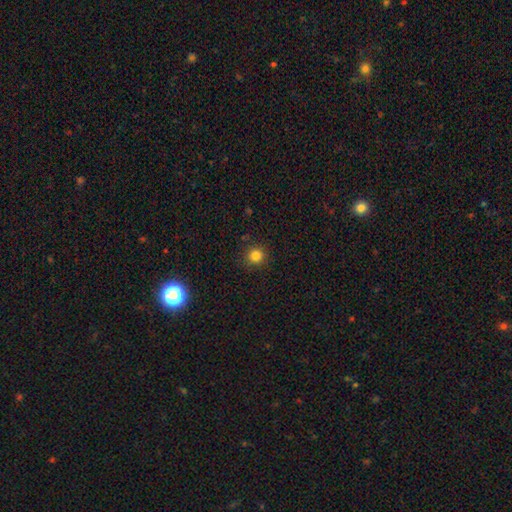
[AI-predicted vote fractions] Smooth or featured? smooth (83%)
How rounded? round (92%)
Merging? none (90%)